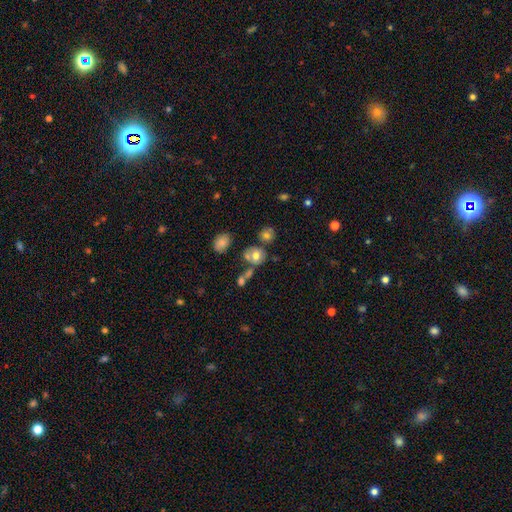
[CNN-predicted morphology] A smooth galaxy with no disk features (68%) that is round (68%). Merging: none (47%).